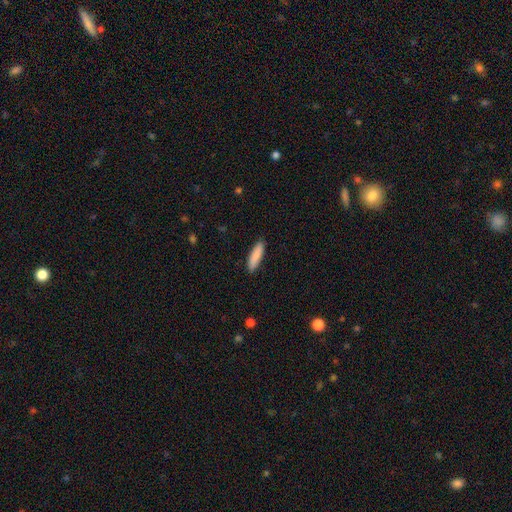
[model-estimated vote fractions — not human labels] Smooth or featured?
  - smooth: 88% *
  - featured or disk: 6%
  - star or artifact: 6%
How rounded?
  - cigar-shaped: 68% *
  - in between: 30%
  - round: 1%
Merging?
  - none: 89% *
  - minor disturbance: 8%
  - major disturbance: 2%
  - merger: 1%